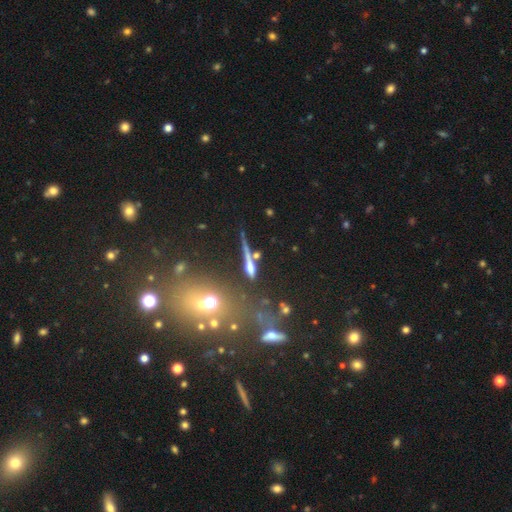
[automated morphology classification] Q: Smooth or featured?
A: featured or disk (41%); runner-up: smooth (39%)
Q: Merging?
A: none (62%); runner-up: merger (17%)